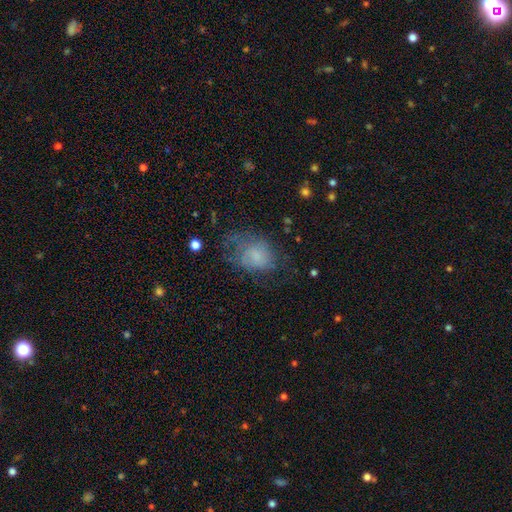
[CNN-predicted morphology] smooth-or-featured: smooth: 55% | featured or disk: 34% | star or artifact: 11%
  how-rounded: in between: 64% | round: 35% | cigar-shaped: 1%
  merging: none: 41% | major disturbance: 31% | minor disturbance: 27% | merger: 2%